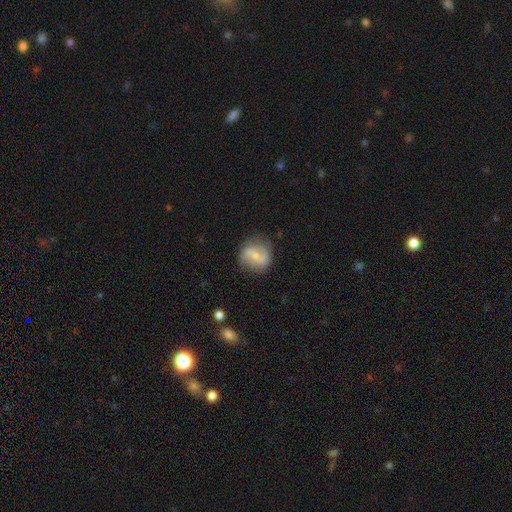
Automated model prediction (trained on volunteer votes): This is likely a featured or disk galaxy (62%). It is clearly not viewed edge-on (97%). Bar: possibly weak (46%). Spiral arm pattern: clearly yes (82%). Central bulge: possibly small (57%). Merging: likely none (77%).